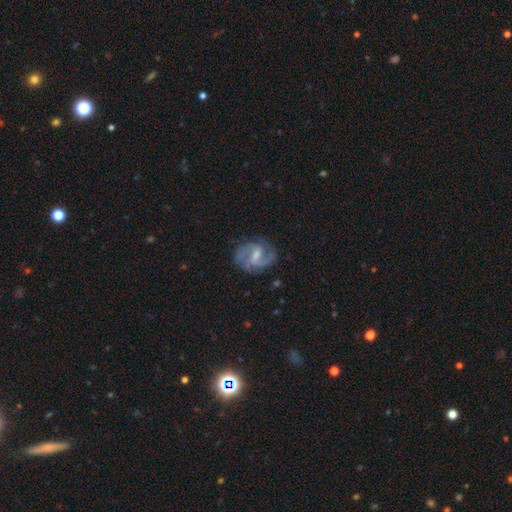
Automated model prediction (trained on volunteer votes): featured or disk 85%, smooth 10%, star or artifact 5%. Down the decision tree: edge-on disk — no (98%); bar — weak (59%); spiral arms — yes (96%); spiral arm count — 2 (71%); spiral winding — medium (54%); bulge size — small (42%); merging — none (72%).